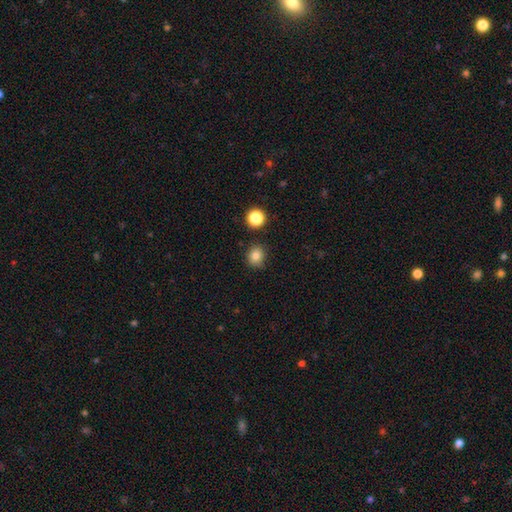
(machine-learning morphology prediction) This is clearly a smooth galaxy (82%). How rounded: clearly round (81%). Merging: clearly none (84%).